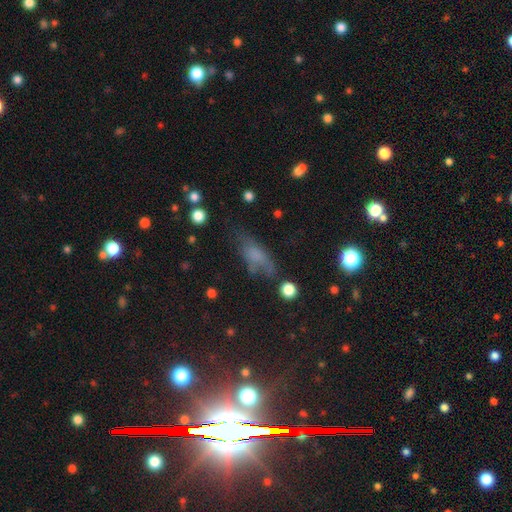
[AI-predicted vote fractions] smooth_or_featured: smooth (p=0.62) [alt: featured or disk p=0.21]
how_rounded: in between (p=0.70) [alt: cigar-shaped p=0.23]
merging: none (p=0.49) [alt: minor disturbance p=0.29]